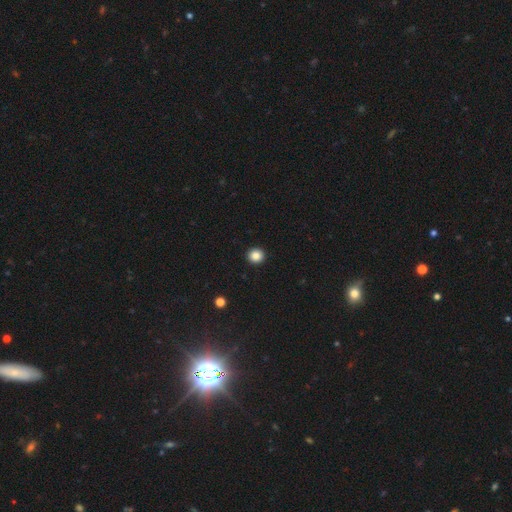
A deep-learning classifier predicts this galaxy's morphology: The model was most divided on "smooth or featured": smooth: 86%, star or artifact: 10%, featured or disk: 4%. More confident: merging — none (94%); how rounded — round (92%).